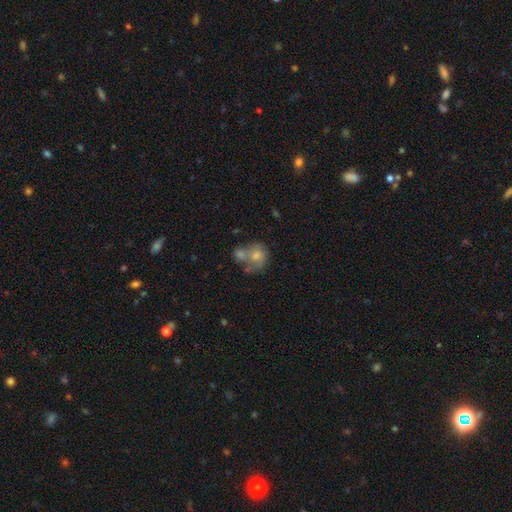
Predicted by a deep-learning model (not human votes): smooth_or_featured: smooth (p=0.61) [alt: featured or disk p=0.30]
how_rounded: round (p=0.60) [alt: in between p=0.39]
merging: merger (p=0.53) [alt: none p=0.23]